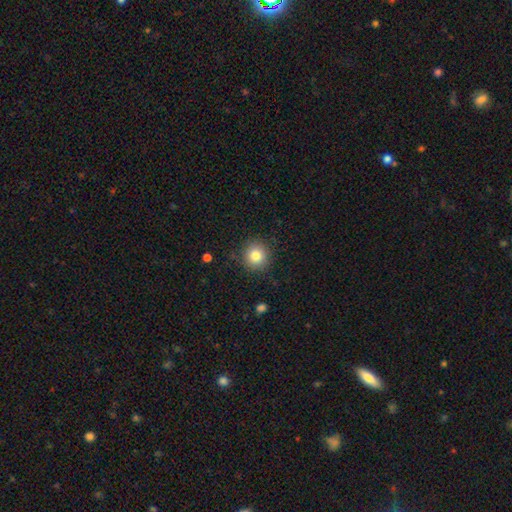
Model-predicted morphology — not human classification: smooth 82%, star or artifact 11%, featured or disk 7%. Down the decision tree: how rounded — round (92%); merging — none (88%).